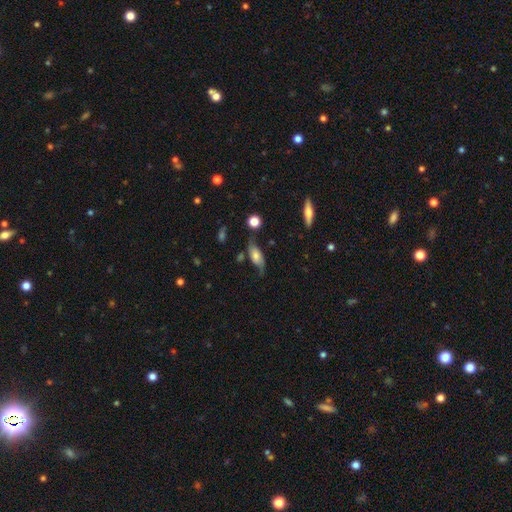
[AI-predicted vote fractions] Overall: featured or disk (49%; smooth 42%). Merging: none (54%; minor disturbance 28%).